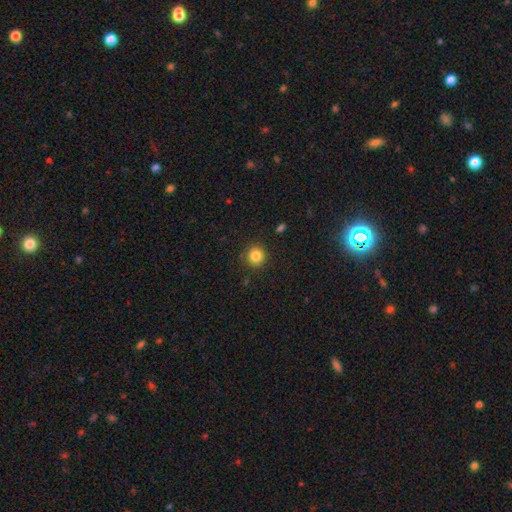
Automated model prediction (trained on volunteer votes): Smooth or featured: smooth — 85% (star or artifact — 11%)
How rounded: round — 93% (in between — 6%)
Merging: none — 90% (minor disturbance — 6%)